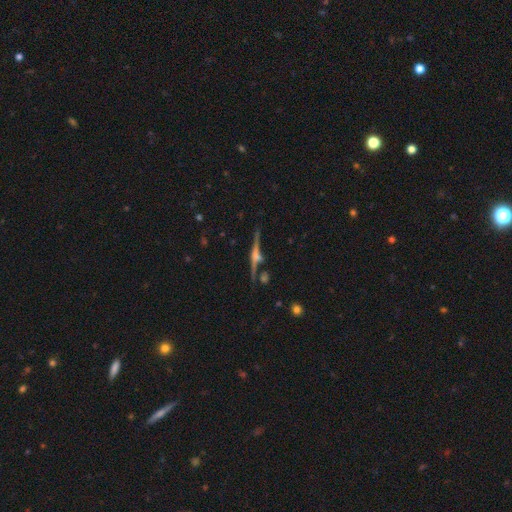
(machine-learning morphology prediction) type=featured or disk (81%); edge-on=yes (97%); edge-on bulge=rounded (83%); merging=none (80%).